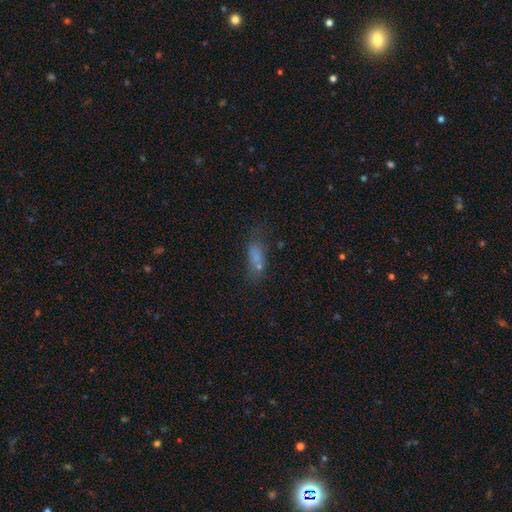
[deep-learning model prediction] Overall: smooth (64%). How rounded: in between (61%; cigar-shaped 34%). Merging: none (45%; minor disturbance 22%).